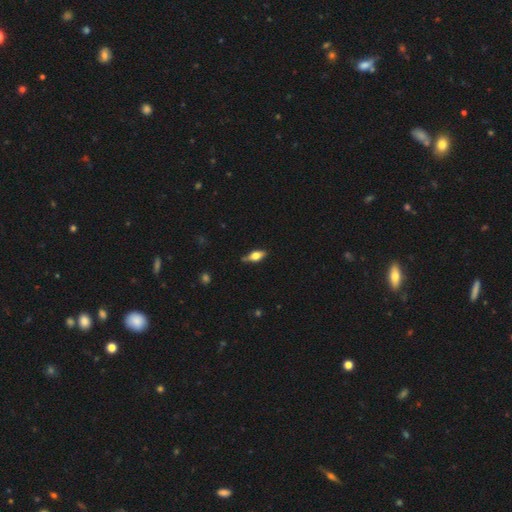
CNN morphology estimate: smooth-or-featured: smooth: 58% | featured or disk: 35% | star or artifact: 8%
  how-rounded: in between: 77% | cigar-shaped: 19% | round: 4%
  merging: none: 77% | minor disturbance: 17% | major disturbance: 3% | merger: 3%